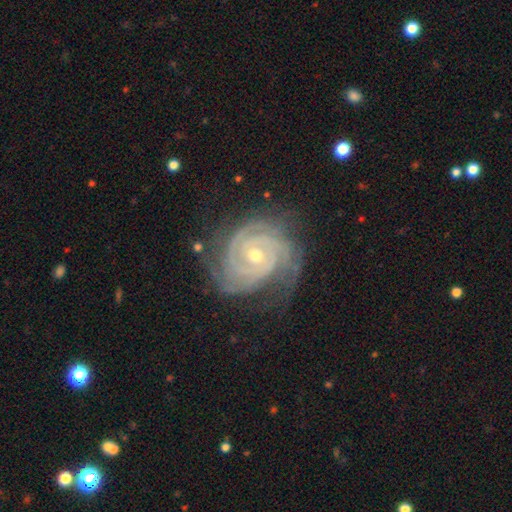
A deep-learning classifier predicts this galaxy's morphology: This is clearly a featured or disk galaxy (91%). It is clearly not viewed edge-on (97%). Bar: likely no (67%). Spiral arm pattern: clearly yes (98%). Spiral arm count: marginally 3 (31%). Spiral winding: clearly tight (82%). Central bulge: possibly moderate (52%). Merging: likely none (69%).